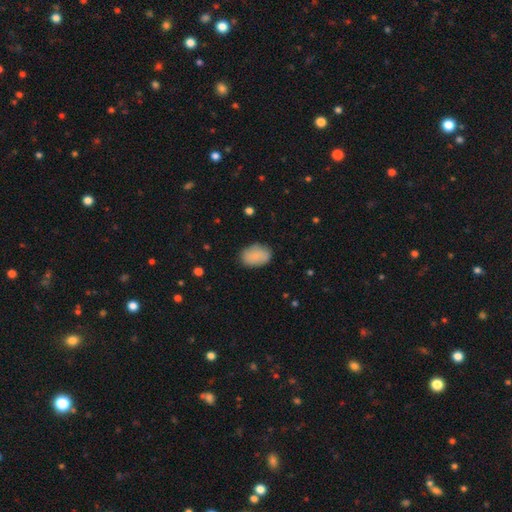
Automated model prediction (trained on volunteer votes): Smooth or featured? Predicted: smooth (p=0.85). How rounded? Predicted: in between (p=0.84). Merging? Predicted: none (p=0.79).